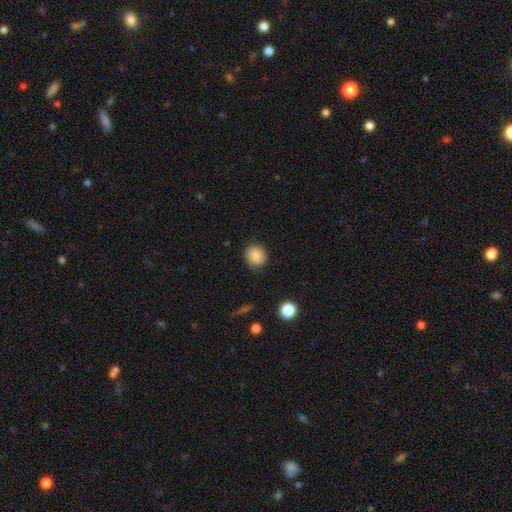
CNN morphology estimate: smooth 85%, star or artifact 9%, featured or disk 7%. Down the decision tree: how rounded — round (85%); merging — none (86%).